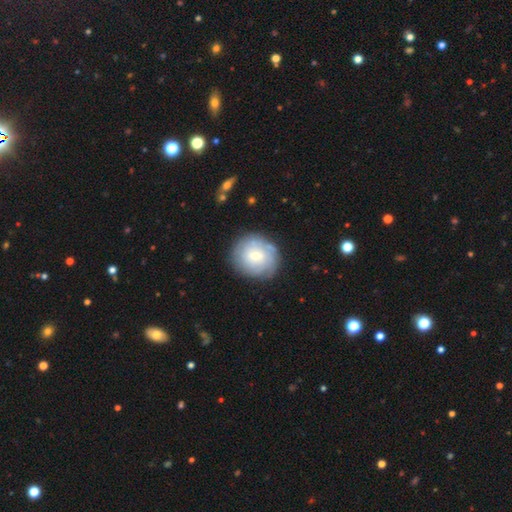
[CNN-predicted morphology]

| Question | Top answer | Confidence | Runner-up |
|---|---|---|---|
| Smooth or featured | smooth | 49% | featured or disk (44%) |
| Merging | none | 78% | minor disturbance (15%) |